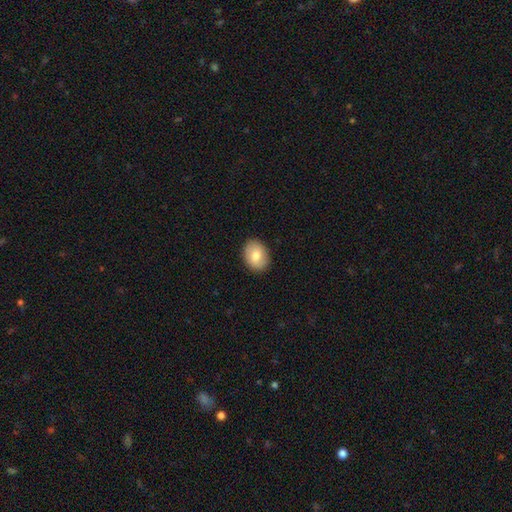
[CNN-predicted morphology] Q: Smooth or featured?
A: smooth (77%); runner-up: featured or disk (16%)
Q: How rounded?
A: in between (61%); runner-up: round (38%)
Q: Merging?
A: none (88%); runner-up: minor disturbance (9%)